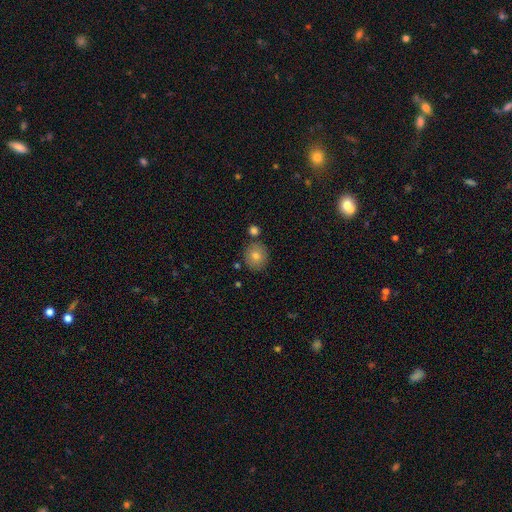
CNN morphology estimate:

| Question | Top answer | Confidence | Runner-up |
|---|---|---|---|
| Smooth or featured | smooth | 76% | star or artifact (12%) |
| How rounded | round | 86% | in between (13%) |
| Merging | none | 83% | minor disturbance (9%) |